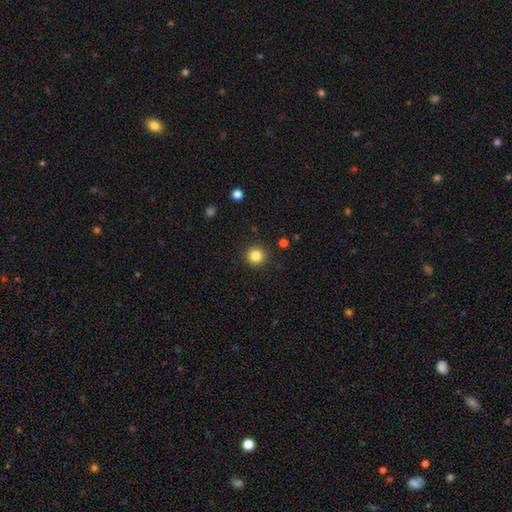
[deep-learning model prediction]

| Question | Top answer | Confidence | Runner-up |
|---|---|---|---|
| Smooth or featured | smooth | 84% | star or artifact (11%) |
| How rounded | round | 95% | in between (4%) |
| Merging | none | 92% | minor disturbance (5%) |